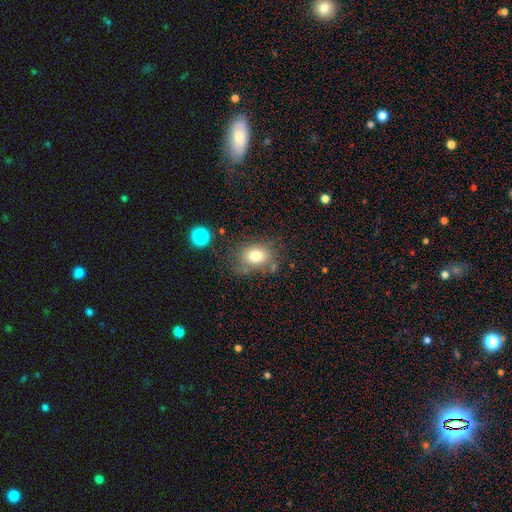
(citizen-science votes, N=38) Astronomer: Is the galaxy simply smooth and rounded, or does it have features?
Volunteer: smooth — 79%.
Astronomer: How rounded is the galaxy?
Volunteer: round — 77%.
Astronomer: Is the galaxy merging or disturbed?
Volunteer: none — 72%.